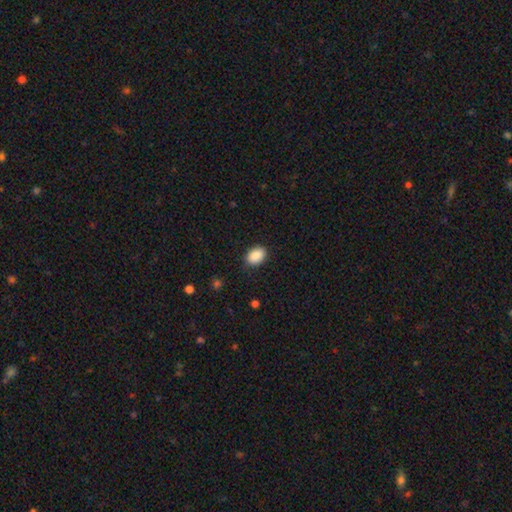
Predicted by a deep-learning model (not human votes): This appears to be a smooth galaxy with no disk features (90%) that is in between round and cigar-shaped (83%). Merging: none (86%).